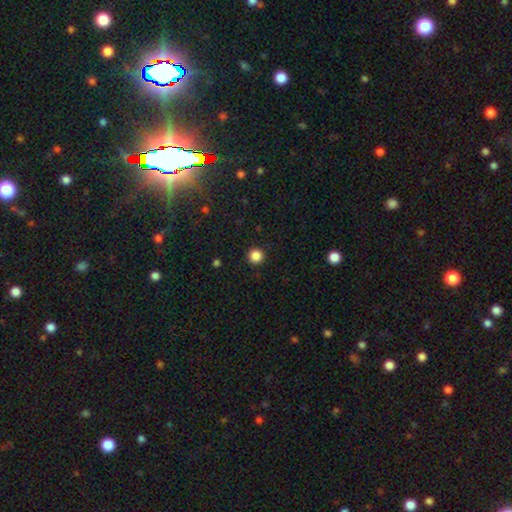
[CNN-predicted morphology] A smooth galaxy with no disk features (86%) that is round (96%).

Vote fractions:
- Smooth or featured? smooth: 86% / star or artifact: 11% / featured or disk: 3%
- How rounded? round: 96% / in between: 3% / cigar-shaped: 1%
- Merging? none: 93% / minor disturbance: 5% / major disturbance: 2% / merger: 1%